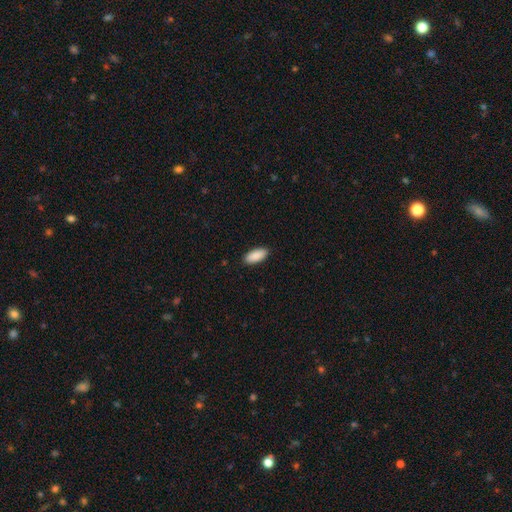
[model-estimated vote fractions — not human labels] This appears to be a smooth galaxy with no disk features (91%) that is in between round and cigar-shaped (89%). Merging: none (90%).